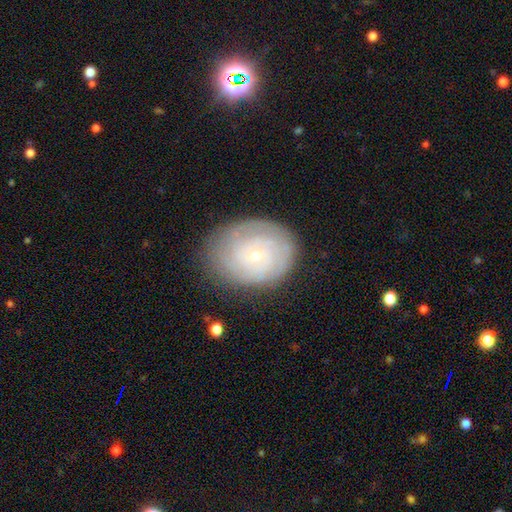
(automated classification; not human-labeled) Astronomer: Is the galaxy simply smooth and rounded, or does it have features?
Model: featured or disk — 72%.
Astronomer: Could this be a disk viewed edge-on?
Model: no — 97%.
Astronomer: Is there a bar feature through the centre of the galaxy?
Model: no — 81%.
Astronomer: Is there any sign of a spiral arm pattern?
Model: yes — 90%.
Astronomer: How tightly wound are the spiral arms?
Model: tight — 79%.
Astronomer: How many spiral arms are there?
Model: can't tell — 46%.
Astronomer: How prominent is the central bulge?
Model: small — 84%.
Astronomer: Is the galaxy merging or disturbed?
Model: none — 79%.